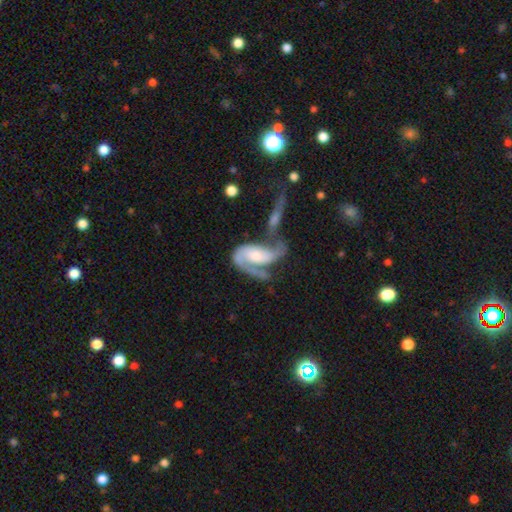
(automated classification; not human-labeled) This appears to be a featured or disk galaxy (79%) with no bar (50%), 2 (66%) medium (41%) spiral arms (92%) and a moderate central bulge (45%). Merging: merger (42%).